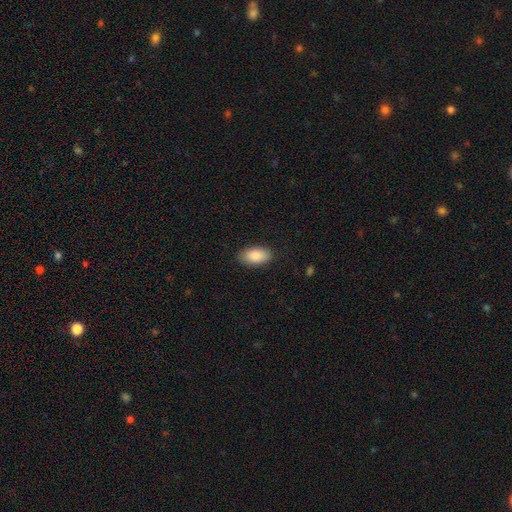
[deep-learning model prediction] Overall: smooth (88%). How rounded: in between (94%). Merging: none (87%).